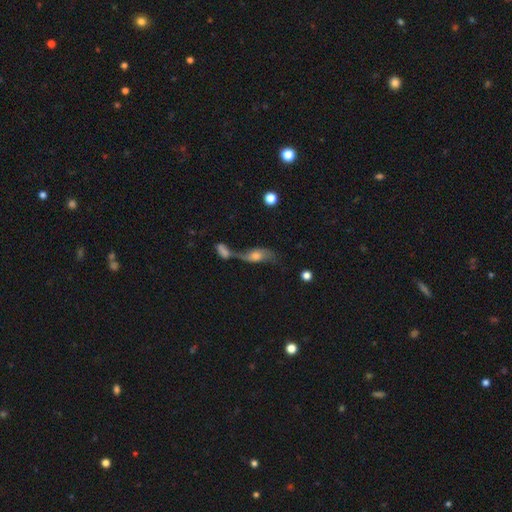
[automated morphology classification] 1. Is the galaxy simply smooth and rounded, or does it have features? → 51% featured or disk, 39% smooth, 11% star or artifact.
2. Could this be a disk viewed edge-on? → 79% no, 21% yes.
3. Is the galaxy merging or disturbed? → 58% merger, 21% none, 10% major disturbance, 10% minor disturbance.